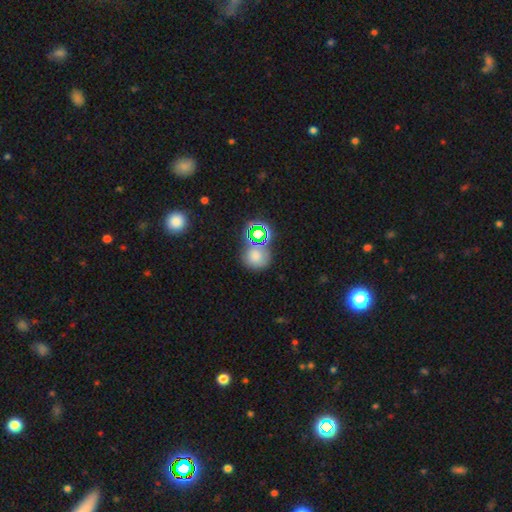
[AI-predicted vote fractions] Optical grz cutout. It shows a smooth galaxy with no disk features (67%) that is round (79%). Merging: none (66%).